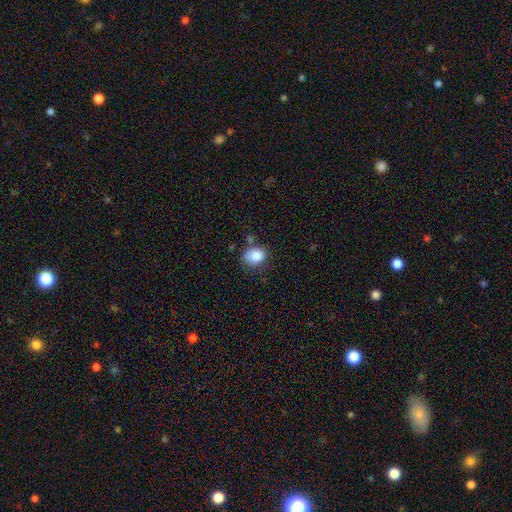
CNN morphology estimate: Q: Smooth or featured?
A: smooth (85%); runner-up: star or artifact (9%)
Q: How rounded?
A: in between (57%); runner-up: round (42%)
Q: Merging?
A: none (69%); runner-up: minor disturbance (19%)